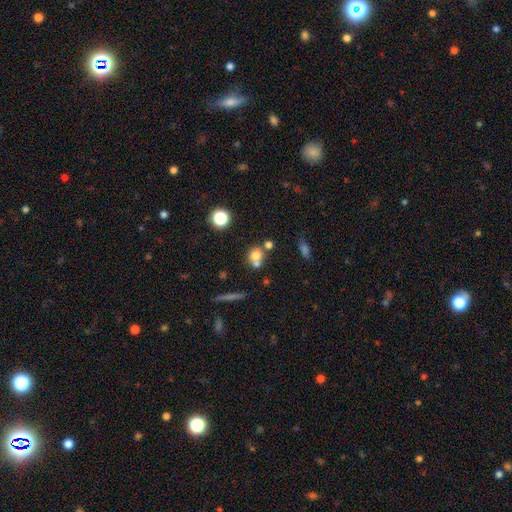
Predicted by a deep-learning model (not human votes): Smooth or featured? Predicted: smooth (p=0.69). How rounded? Predicted: round (p=0.77). Merging? Predicted: merger (p=0.44).